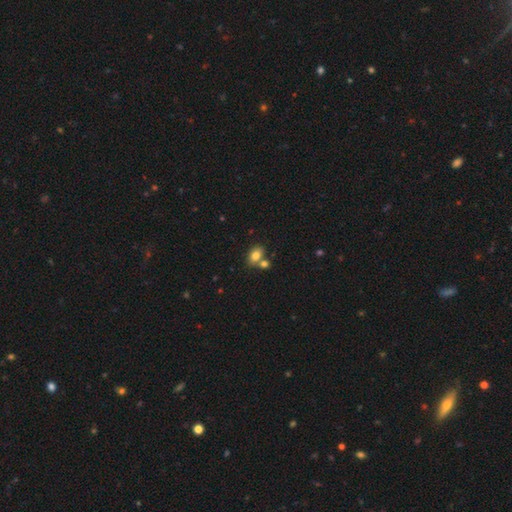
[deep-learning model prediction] Smooth or featured? Predicted: smooth (p=0.80). How rounded? Predicted: in between (p=0.78). Merging? Predicted: none (p=0.55).